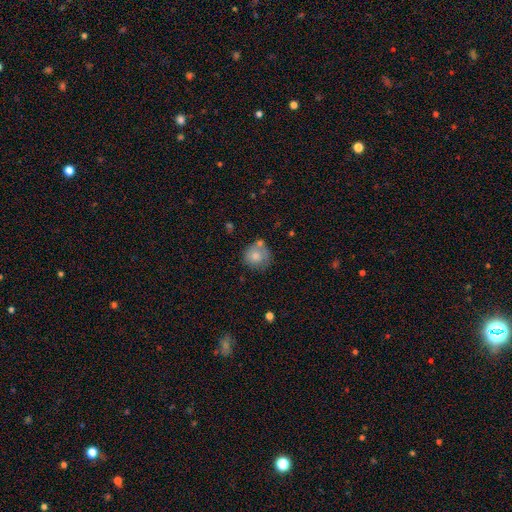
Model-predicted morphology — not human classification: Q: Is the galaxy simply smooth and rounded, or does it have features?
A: smooth — 76%.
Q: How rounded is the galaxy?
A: round — 87%.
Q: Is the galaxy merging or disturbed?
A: none — 57%.